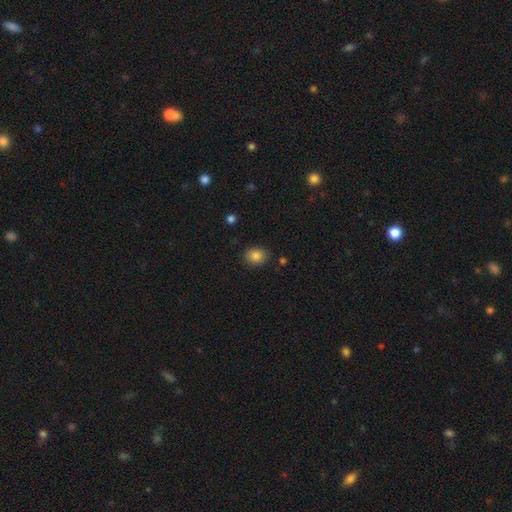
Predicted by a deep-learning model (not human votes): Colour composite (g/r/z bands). It shows a smooth galaxy with no disk features (84%) that is round (54%). Merging: none (85%).